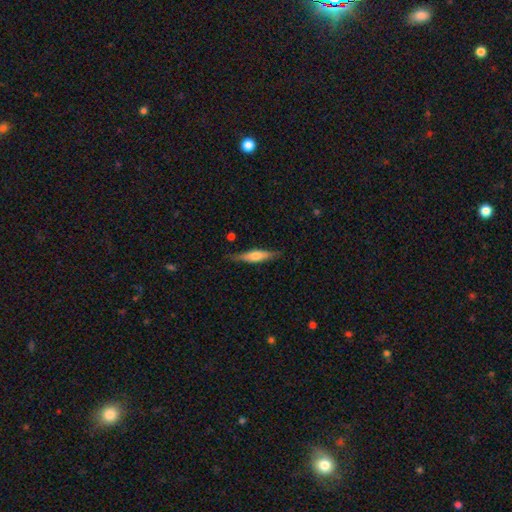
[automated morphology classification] Q: Smooth or featured?
A: featured or disk (53%); runner-up: smooth (41%)
Q: Edge-on disk?
A: yes (94%); runner-up: no (6%)
Q: Edge-on bulge?
A: rounded (81%); runner-up: boxy (13%)
Q: Merging?
A: none (83%); runner-up: minor disturbance (13%)